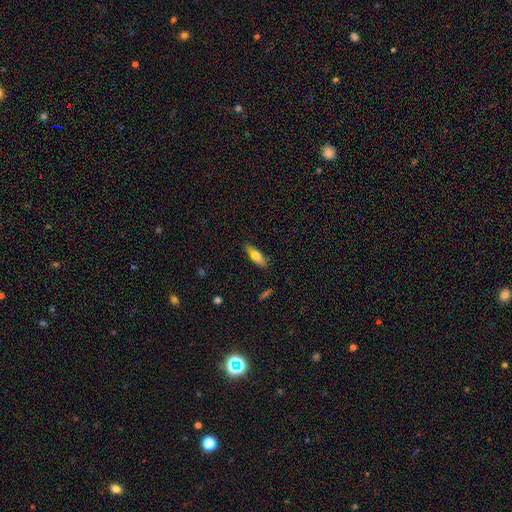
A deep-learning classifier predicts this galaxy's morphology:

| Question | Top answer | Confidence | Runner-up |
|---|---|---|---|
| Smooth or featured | smooth | 68% | featured or disk (25%) |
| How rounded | in between | 61% | cigar-shaped (36%) |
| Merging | none | 79% | minor disturbance (16%) |